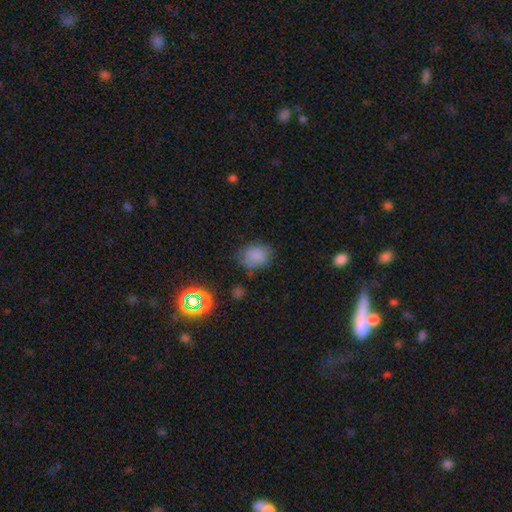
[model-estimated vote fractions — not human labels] A smooth galaxy with no disk features (78%) that is round (50%). Merging: none (63%).